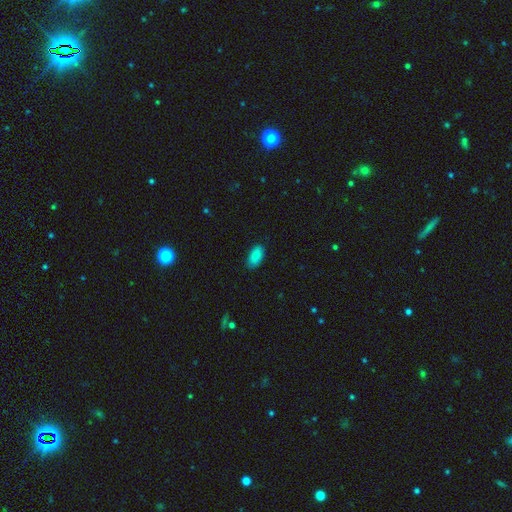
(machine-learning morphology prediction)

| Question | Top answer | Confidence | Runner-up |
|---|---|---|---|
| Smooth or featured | smooth | 89% | star or artifact (8%) |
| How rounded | in between | 93% | cigar-shaped (5%) |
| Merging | none | 86% | minor disturbance (11%) |